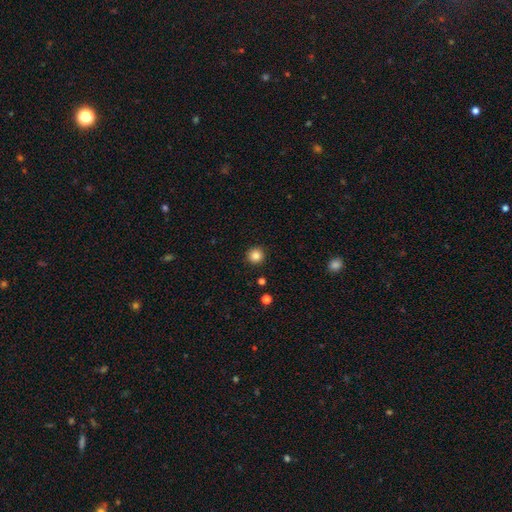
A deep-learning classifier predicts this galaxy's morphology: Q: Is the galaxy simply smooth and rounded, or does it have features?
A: smooth — 85%.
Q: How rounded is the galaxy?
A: round — 95%.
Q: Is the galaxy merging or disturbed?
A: none — 92%.